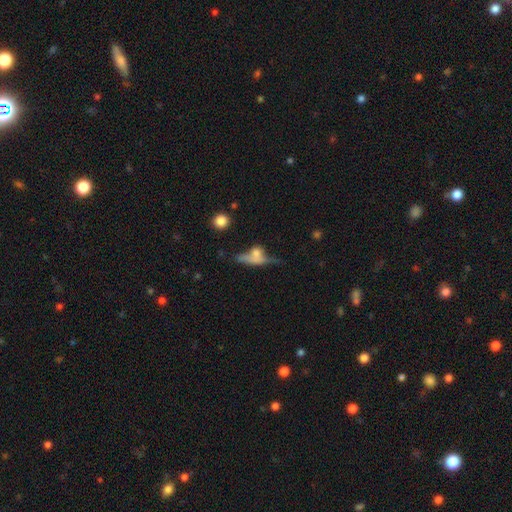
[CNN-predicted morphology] Smooth or featured? featured or disk (45%)
Merging? none (41%)